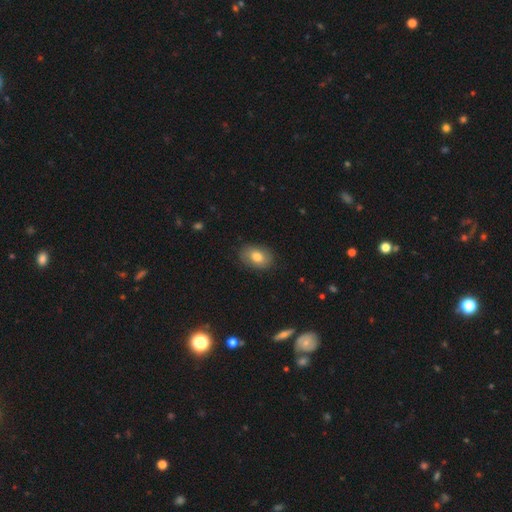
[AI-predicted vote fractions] smooth_or_featured: smooth (p=0.78) [alt: featured or disk p=0.14]
how_rounded: in between (p=0.81) [alt: round p=0.18]
merging: none (p=0.85) [alt: minor disturbance p=0.11]